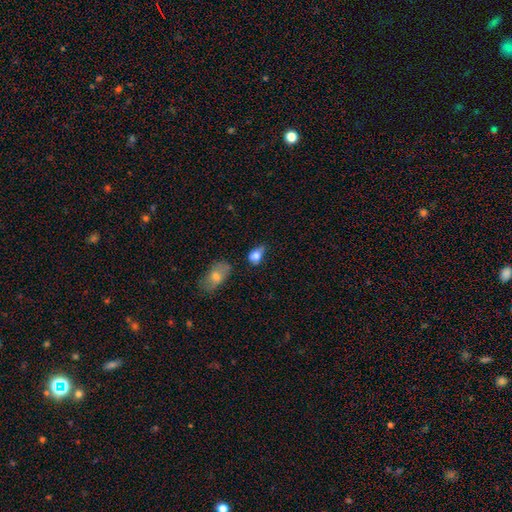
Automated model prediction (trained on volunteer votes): Q: Smooth or featured?
A: smooth (78%); runner-up: featured or disk (13%)
Q: How rounded?
A: in between (79%); runner-up: round (18%)
Q: Merging?
A: minor disturbance (39%); runner-up: none (33%)